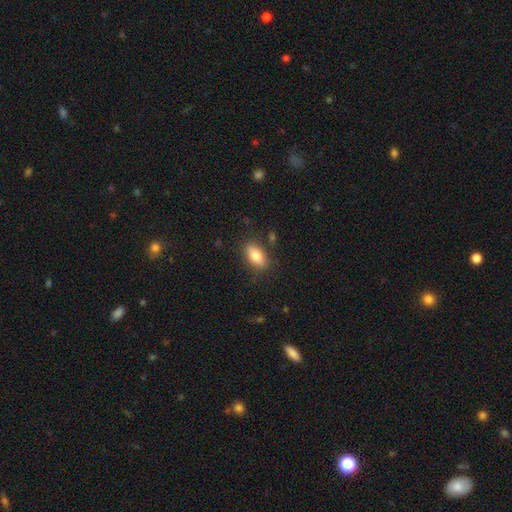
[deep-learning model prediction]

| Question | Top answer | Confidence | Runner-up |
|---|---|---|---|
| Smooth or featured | smooth | 80% | featured or disk (13%) |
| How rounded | in between | 87% | cigar-shaped (7%) |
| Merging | none | 82% | minor disturbance (12%) |